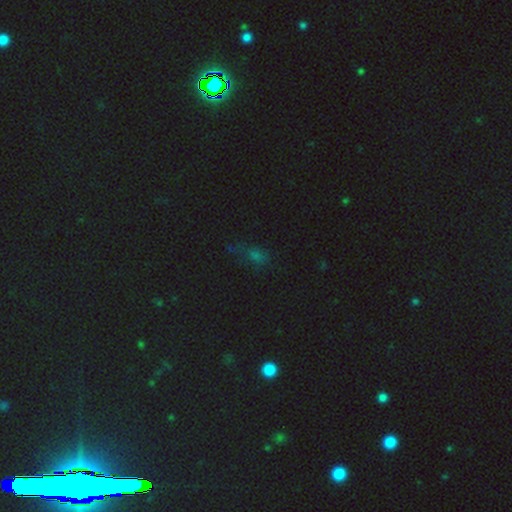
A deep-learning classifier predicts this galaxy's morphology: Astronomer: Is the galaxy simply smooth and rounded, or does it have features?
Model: smooth — 47% (runner-up: star or artifact, 42%).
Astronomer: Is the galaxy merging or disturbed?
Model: none — 58%.